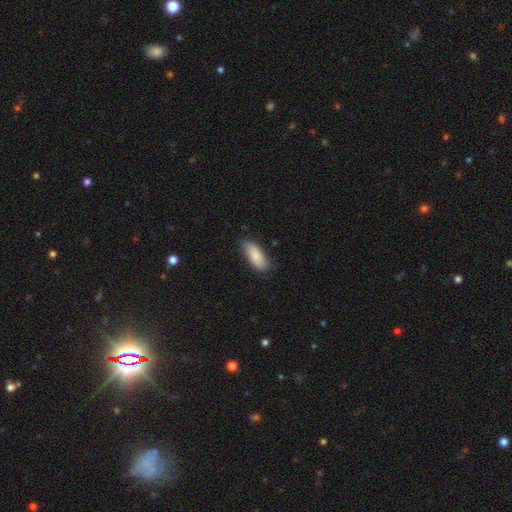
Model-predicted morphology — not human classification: Smooth or featured? smooth (86%)
How rounded? in between (79%)
Merging? none (76%)